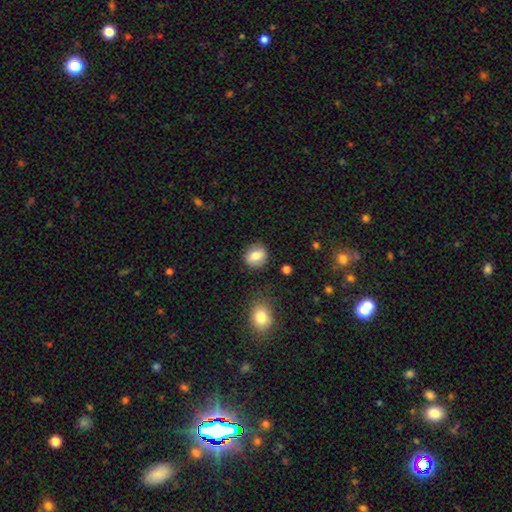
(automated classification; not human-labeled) smooth 79%, featured or disk 12%, star or artifact 9%. Down the decision tree: how rounded — round (65%); merging — none (83%).